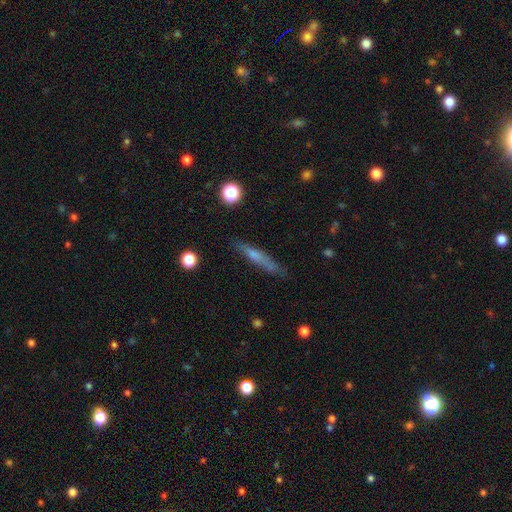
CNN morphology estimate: type=smooth (53%); roundness=cigar-shaped (89%); merging=none (76%).